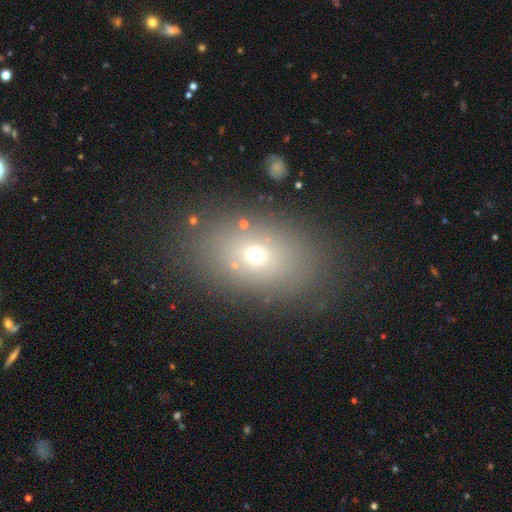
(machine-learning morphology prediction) Smooth or featured?
  - smooth: 64% *
  - star or artifact: 19%
  - featured or disk: 17%
How rounded?
  - in between: 75% *
  - round: 24%
  - cigar-shaped: 2%
Merging?
  - none: 80% *
  - minor disturbance: 11%
  - major disturbance: 6%
  - merger: 4%